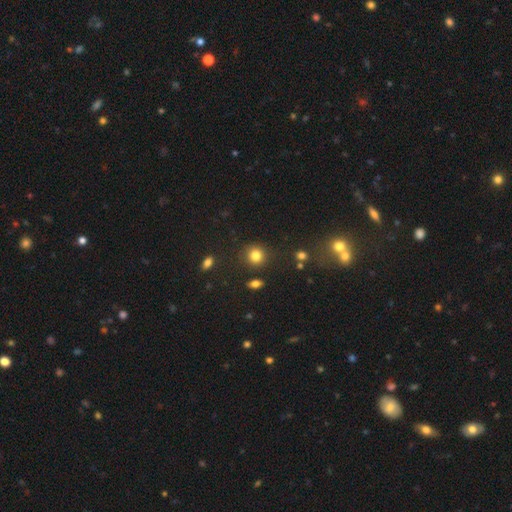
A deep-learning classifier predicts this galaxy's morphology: Overall: smooth (82%). How rounded: round (87%). Merging: none (84%).